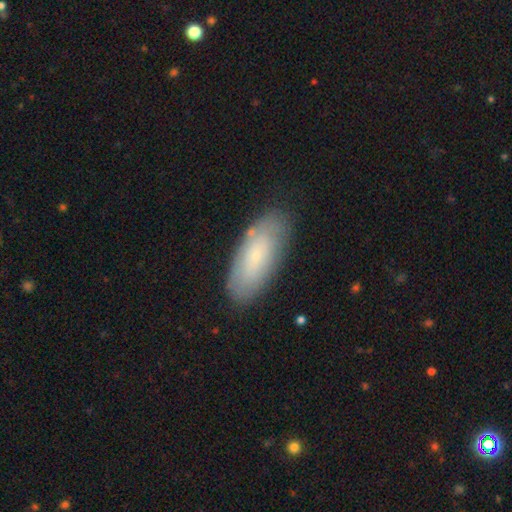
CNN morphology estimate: Smooth or featured? Predicted: smooth (p=0.57). How rounded? Predicted: in between (p=0.82). Merging? Predicted: none (p=0.80).